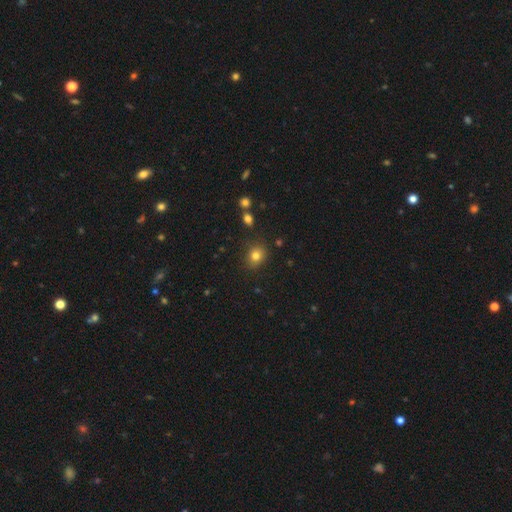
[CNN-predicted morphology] type=smooth (80%); roundness=round (65%); merging=none (84%).